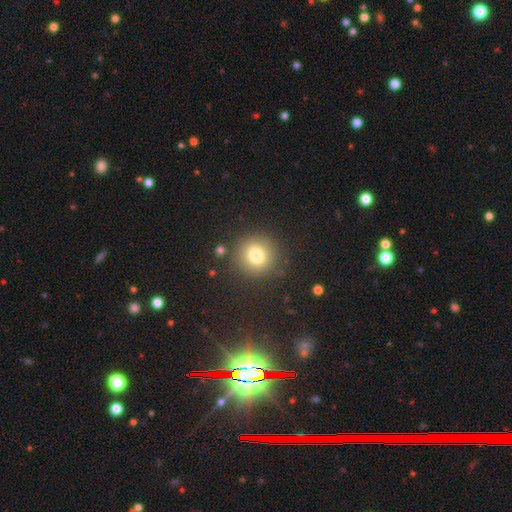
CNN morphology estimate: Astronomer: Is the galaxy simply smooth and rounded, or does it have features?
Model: smooth — 79%.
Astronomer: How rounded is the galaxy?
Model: round — 90%.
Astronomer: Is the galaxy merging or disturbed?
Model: none — 87%.